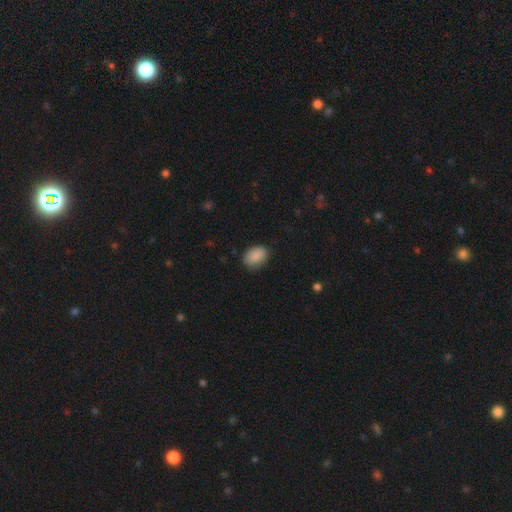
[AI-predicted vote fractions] Smooth or featured? smooth (88%)
How rounded? in between (76%)
Merging? none (79%)